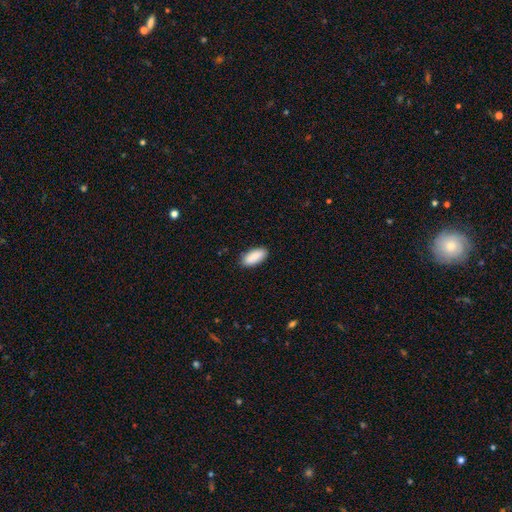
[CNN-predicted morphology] Overall: smooth (91%). How rounded: in between (87%). Merging: none (89%).